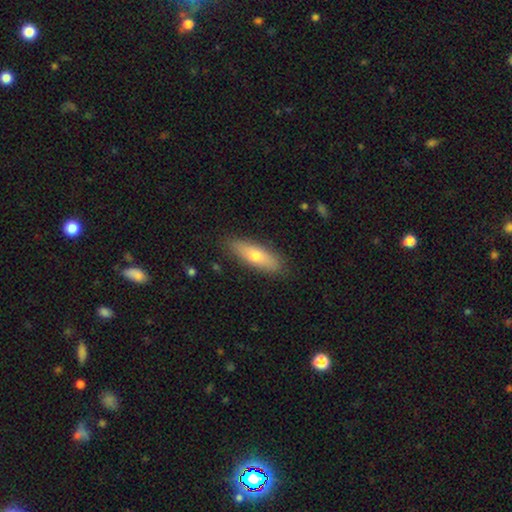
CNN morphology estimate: smooth_or_featured: smooth (p=0.65) [alt: featured or disk p=0.29]
how_rounded: in between (p=0.50) [alt: cigar-shaped p=0.47]
merging: none (p=0.86) [alt: minor disturbance p=0.10]